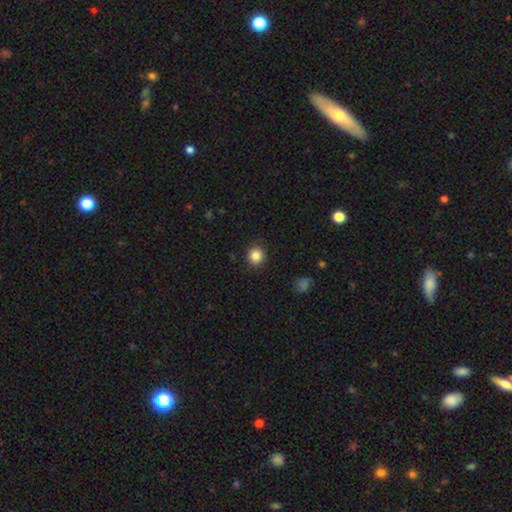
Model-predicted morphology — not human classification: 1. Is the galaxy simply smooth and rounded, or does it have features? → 85% smooth, 10% star or artifact, 4% featured or disk.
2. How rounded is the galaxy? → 92% round, 7% in between, 1% cigar-shaped.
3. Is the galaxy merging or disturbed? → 90% none, 7% minor disturbance, 2% major disturbance, 1% merger.